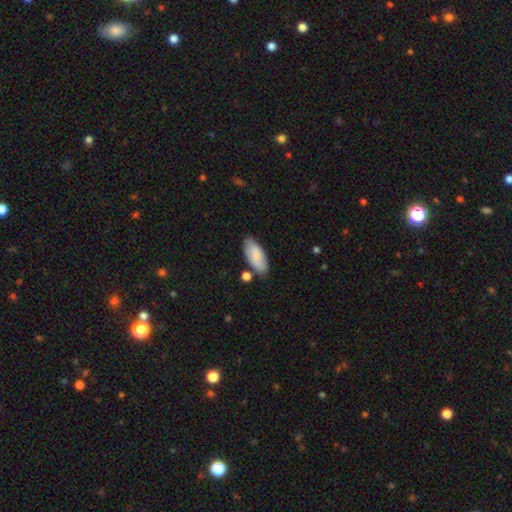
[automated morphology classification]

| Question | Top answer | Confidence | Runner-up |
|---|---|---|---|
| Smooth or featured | smooth | 82% | featured or disk (12%) |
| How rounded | in between | 86% | cigar-shaped (12%) |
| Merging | none | 75% | minor disturbance (15%) |